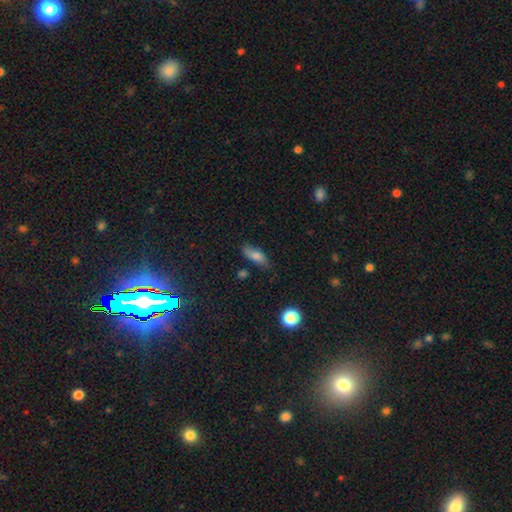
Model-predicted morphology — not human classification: This is likely a smooth galaxy (77%). How rounded: likely in between (72%). Merging: likely none (72%).